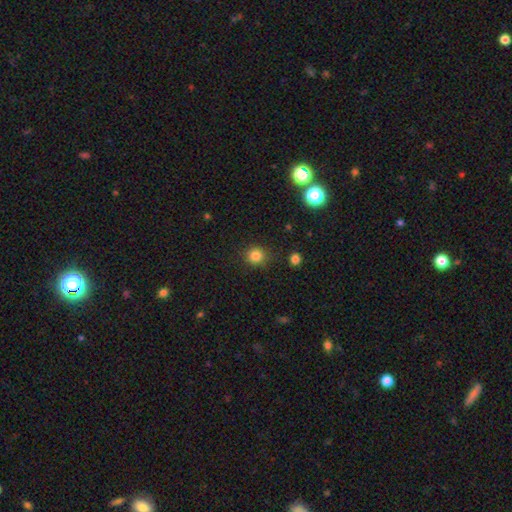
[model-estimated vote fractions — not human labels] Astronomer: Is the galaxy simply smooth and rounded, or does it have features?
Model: smooth — 83%.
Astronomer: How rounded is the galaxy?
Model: round — 90%.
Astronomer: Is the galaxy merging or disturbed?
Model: none — 87%.